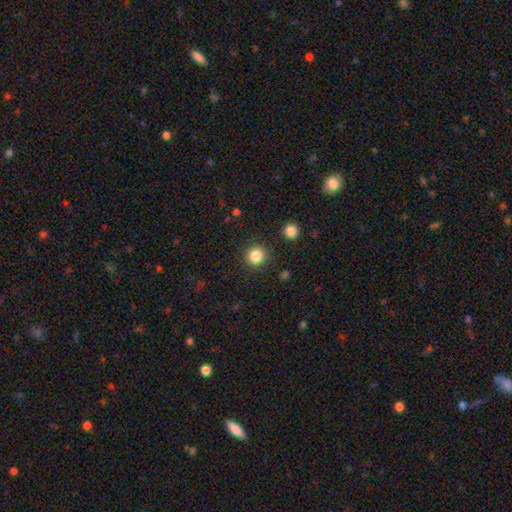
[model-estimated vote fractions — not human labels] The model was most divided on "smooth or featured": smooth: 84%, star or artifact: 12%, featured or disk: 4%. More confident: how rounded — round (93%); merging — none (90%).